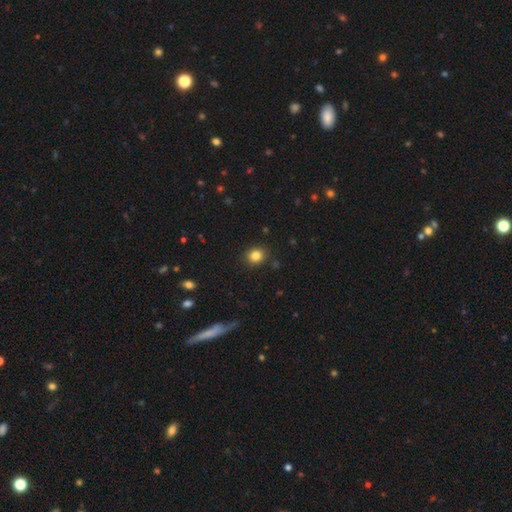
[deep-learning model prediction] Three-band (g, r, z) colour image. It shows a smooth galaxy with no disk features (83%) that is round (77%). Merging: none (89%).